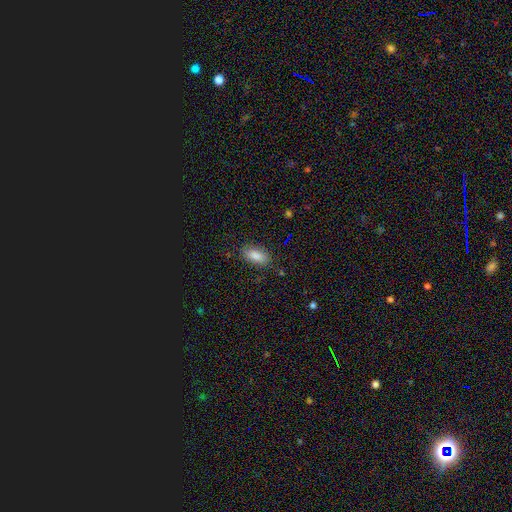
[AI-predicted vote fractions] This is clearly a smooth galaxy (85%). How rounded: clearly in between (86%). Merging: clearly none (85%).